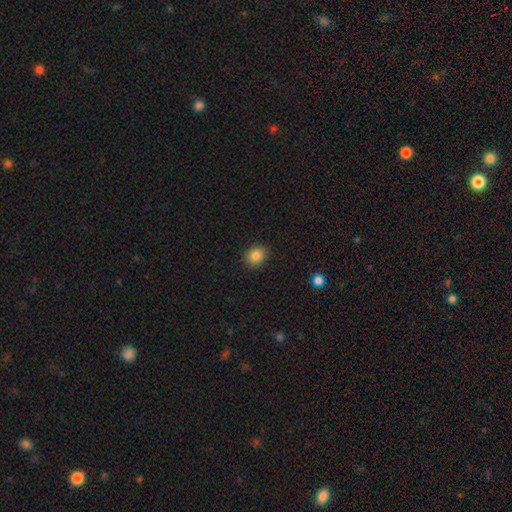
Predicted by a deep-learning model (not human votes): This appears to be a smooth galaxy with no disk features (85%) that is round (57%). Merging: none (89%).